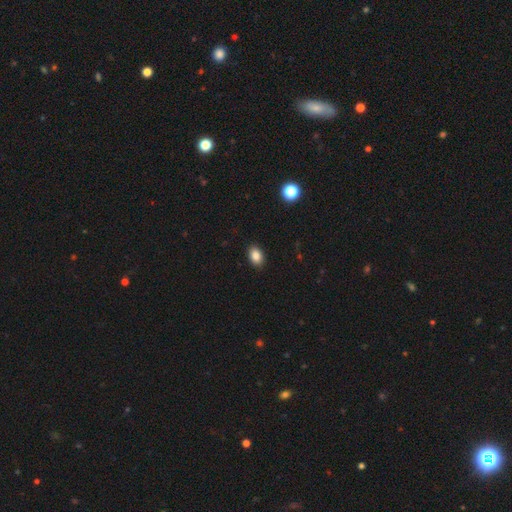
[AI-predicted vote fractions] Q: Smooth or featured?
A: smooth (86%); runner-up: star or artifact (9%)
Q: How rounded?
A: in between (80%); runner-up: round (19%)
Q: Merging?
A: none (90%); runner-up: minor disturbance (7%)